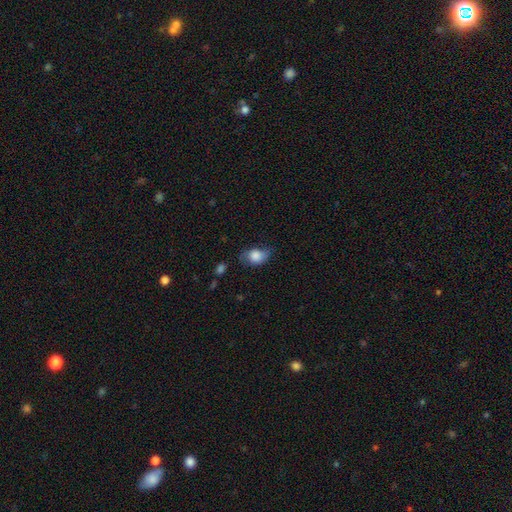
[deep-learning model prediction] Overall: smooth (77%). How rounded: in between (71%). Merging: none (52%; minor disturbance 34%).